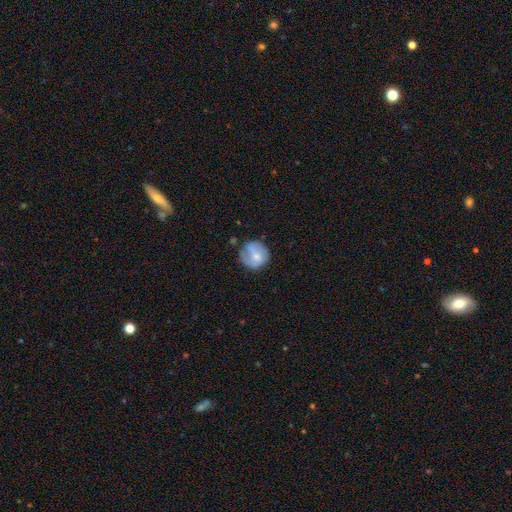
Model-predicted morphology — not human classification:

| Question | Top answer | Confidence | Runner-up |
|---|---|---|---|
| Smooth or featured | smooth | 57% | featured or disk (35%) |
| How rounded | round | 86% | in between (13%) |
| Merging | none | 57% | minor disturbance (27%) |